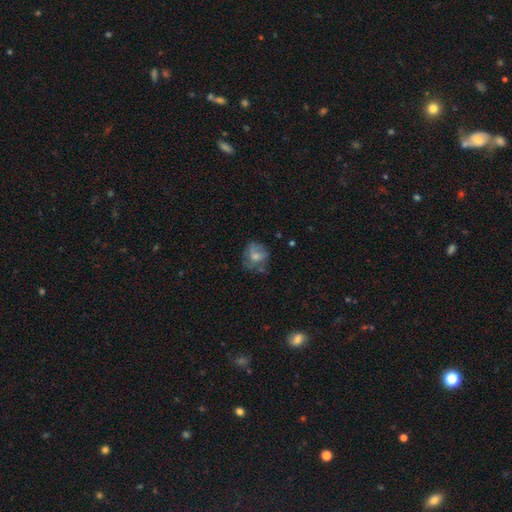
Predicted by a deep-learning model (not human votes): A smooth galaxy with no disk features (57%) that is round (67%).

Vote fractions:
- Smooth or featured? smooth: 57% / featured or disk: 33% / star or artifact: 10%
- How rounded? round: 67% / in between: 32% / cigar-shaped: 1%
- Merging? none: 51% / minor disturbance: 27% / major disturbance: 18% / merger: 4%